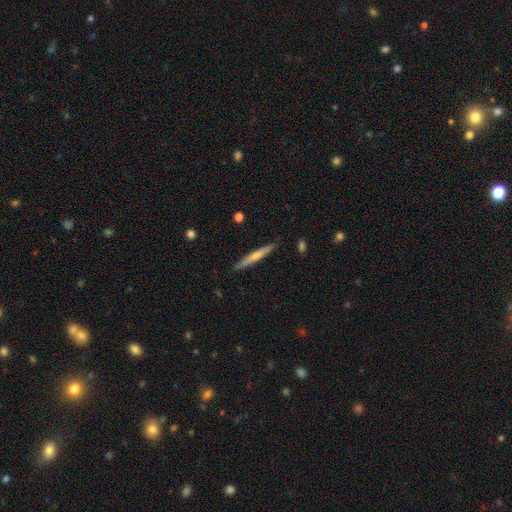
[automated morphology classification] Smooth or featured? Predicted: smooth (p=0.59). How rounded? Predicted: cigar-shaped (p=0.96). Merging? Predicted: none (p=0.88).